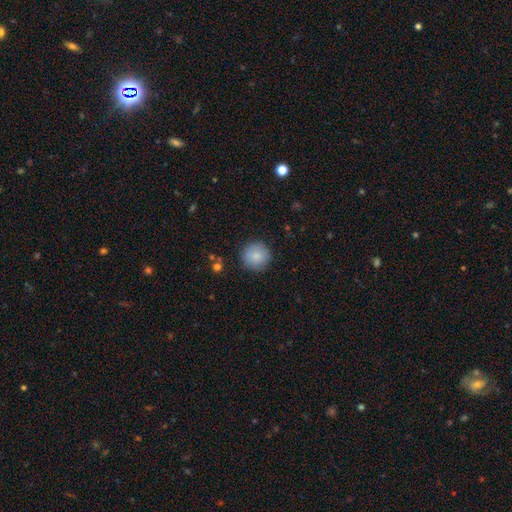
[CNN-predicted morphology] Smooth or featured? smooth (86%)
How rounded? round (93%)
Merging? none (89%)